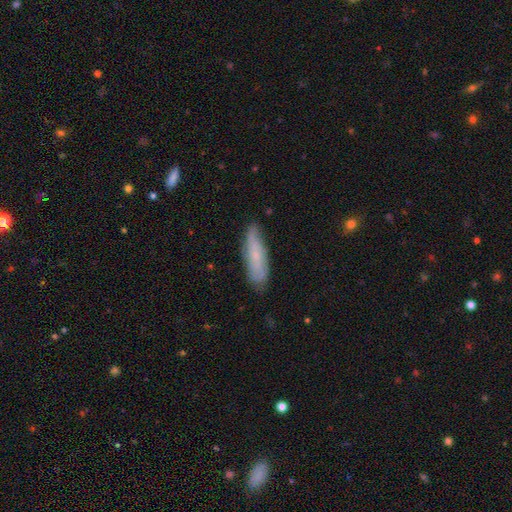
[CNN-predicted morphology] smooth-or-featured: smooth: 50% | featured or disk: 42% | star or artifact: 7%
  how-rounded: cigar-shaped: 59% | in between: 39% | round: 2%
  merging: none: 76% | minor disturbance: 19% | major disturbance: 4% | merger: 1%